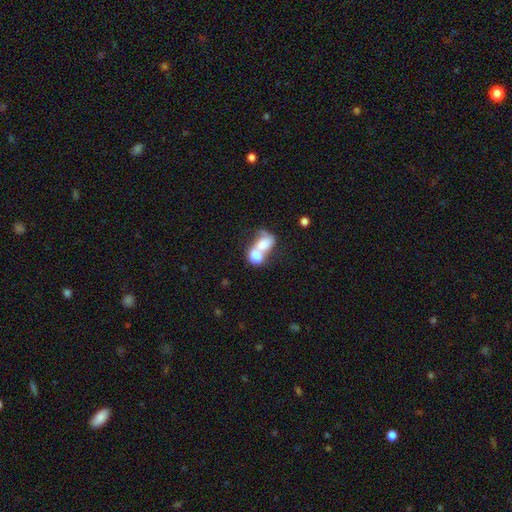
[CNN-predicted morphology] A smooth galaxy with no disk features (68%) that is in between round and cigar-shaped (63%). Merging: merger (80%).